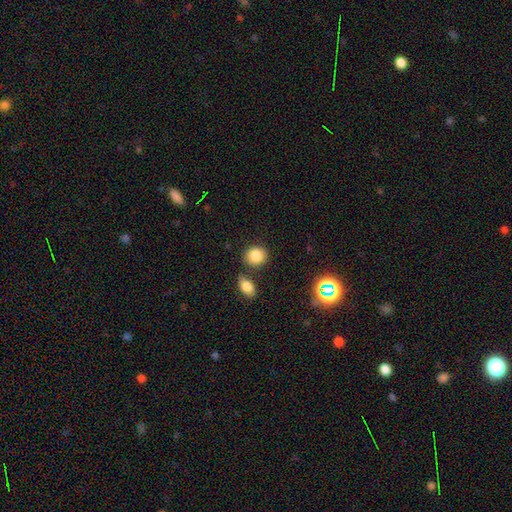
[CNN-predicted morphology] Smooth or featured? smooth (84%)
How rounded? round (71%)
Merging? none (73%)